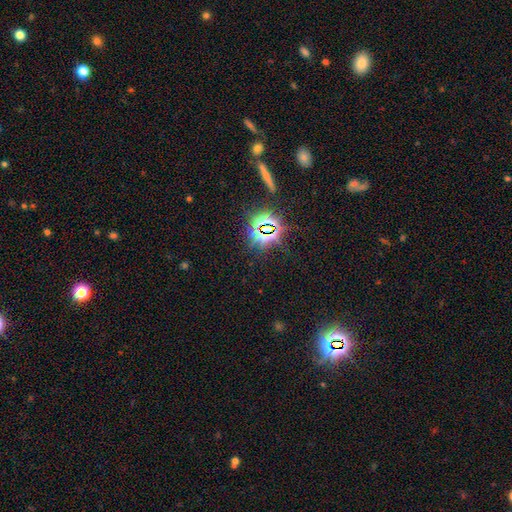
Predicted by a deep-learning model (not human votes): The model was most divided on "smooth or featured": star or artifact: 80%, smooth: 12%, featured or disk: 8%.